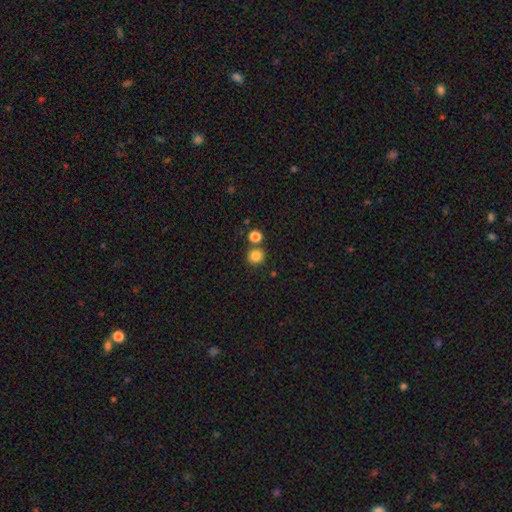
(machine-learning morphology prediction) This appears to be a smooth galaxy with no disk features (84%) that is round (92%). Merging: none (79%).